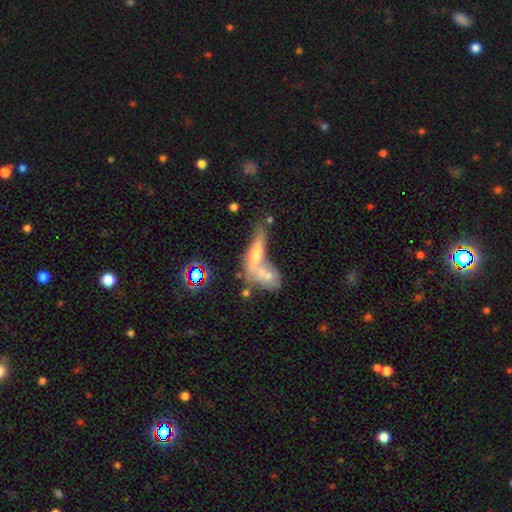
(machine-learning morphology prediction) This is possibly a smooth galaxy (48%). Merging: likely merger (66%).